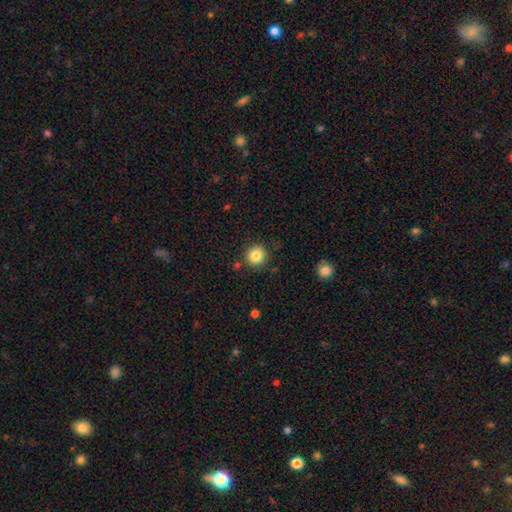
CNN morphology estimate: smooth-or-featured: smooth: 84% | star or artifact: 10% | featured or disk: 6%
  how-rounded: round: 94% | in between: 6% | cigar-shaped: 1%
  merging: none: 87% | minor disturbance: 8% | merger: 3% | major disturbance: 2%